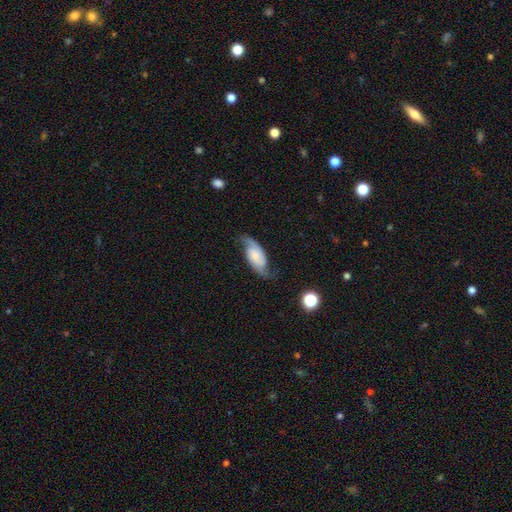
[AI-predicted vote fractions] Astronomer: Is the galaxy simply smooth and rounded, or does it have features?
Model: featured or disk — 79%.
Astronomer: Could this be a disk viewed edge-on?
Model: no — 95%.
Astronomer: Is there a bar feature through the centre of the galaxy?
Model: no — 58%.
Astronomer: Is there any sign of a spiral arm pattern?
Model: yes — 96%.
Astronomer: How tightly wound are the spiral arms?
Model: loose — 43% (runner-up: medium, 41%).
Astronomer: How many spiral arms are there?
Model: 2 — 91%.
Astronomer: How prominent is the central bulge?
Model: small — 40% (runner-up: moderate, 26%).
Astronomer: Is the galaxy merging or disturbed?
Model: none — 72%.